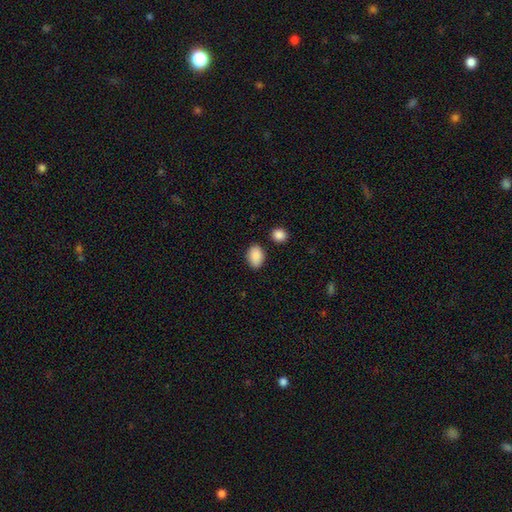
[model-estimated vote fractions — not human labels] A smooth galaxy with no disk features (90%) that is in between round and cigar-shaped (83%).

Vote fractions:
- Smooth or featured? smooth: 90% / star or artifact: 7% / featured or disk: 3%
- How rounded? in between: 83% / round: 16% / cigar-shaped: 1%
- Merging? none: 82% / minor disturbance: 11% / merger: 4% / major disturbance: 3%